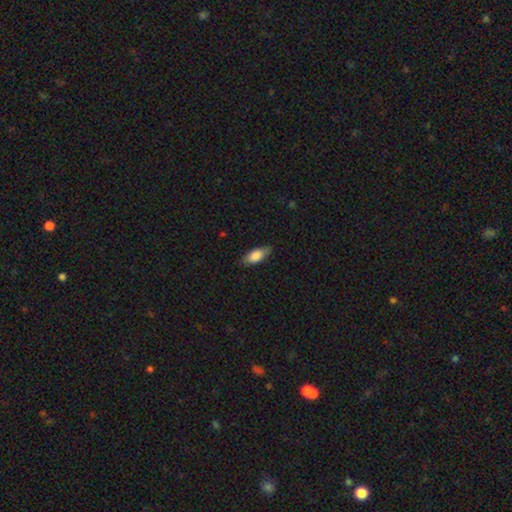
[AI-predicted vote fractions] Smooth or featured?
  - smooth: 78% *
  - featured or disk: 16%
  - star or artifact: 6%
How rounded?
  - in between: 81% *
  - cigar-shaped: 17%
  - round: 3%
Merging?
  - none: 80% *
  - minor disturbance: 16%
  - major disturbance: 3%
  - merger: 1%